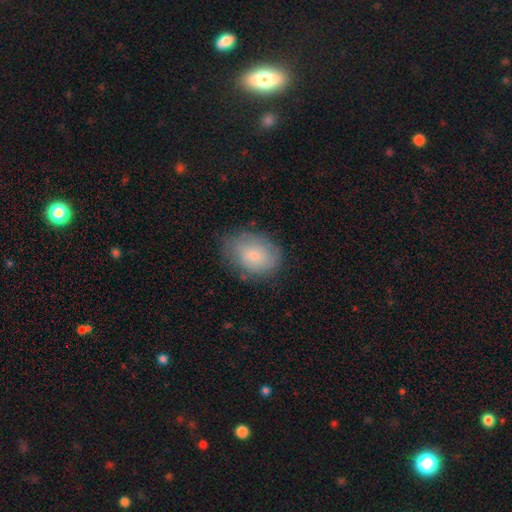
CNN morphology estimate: smooth_or_featured: smooth (p=0.75) [alt: featured or disk p=0.17]
how_rounded: in between (p=0.73) [alt: round p=0.26]
merging: none (p=0.70) [alt: minor disturbance p=0.23]